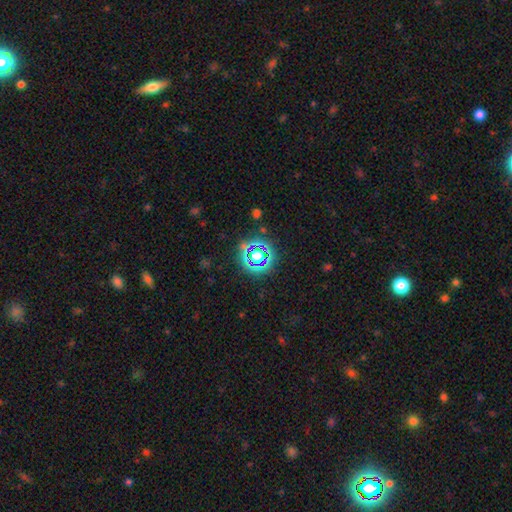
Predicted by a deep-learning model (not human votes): Smooth or featured?
  - star or artifact: 61% *
  - smooth: 27%
  - featured or disk: 12%